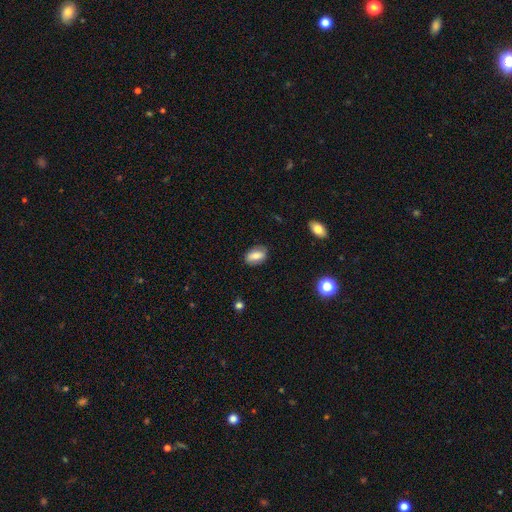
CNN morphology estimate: The model was most divided on "smooth or featured": smooth: 75%, featured or disk: 17%, star or artifact: 8%. More confident: how rounded — in between (88%); merging — none (83%).